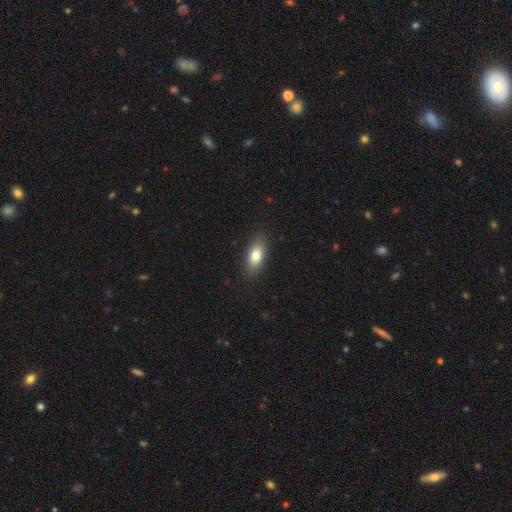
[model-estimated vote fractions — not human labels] The model was most divided on "smooth or featured": smooth: 80%, featured or disk: 13%, star or artifact: 7%. More confident: merging — none (87%); how rounded — in between (84%).